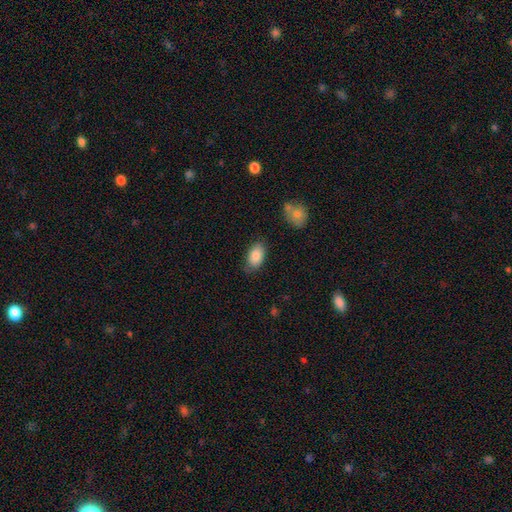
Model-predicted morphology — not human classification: Smooth or featured? Predicted: smooth (p=0.86). How rounded? Predicted: in between (p=0.93). Merging? Predicted: none (p=0.77).